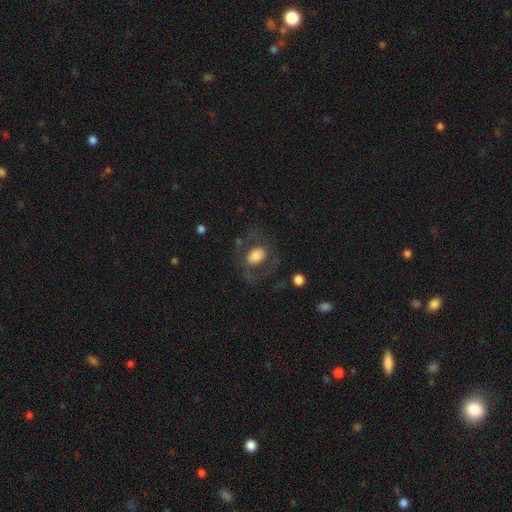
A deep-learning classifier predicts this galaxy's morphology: Overall: smooth (55%; featured or disk 37%). How rounded: in between (58%; round 40%). Merging: none (62%).